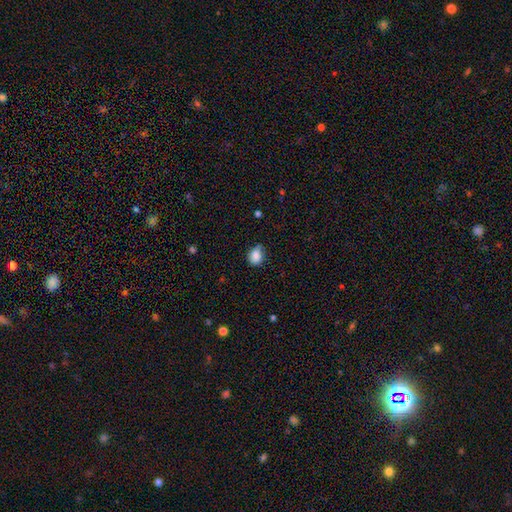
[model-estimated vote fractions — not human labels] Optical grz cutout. It shows a smooth galaxy with no disk features (83%) that is in between round and cigar-shaped (51%). Merging: none (55%).